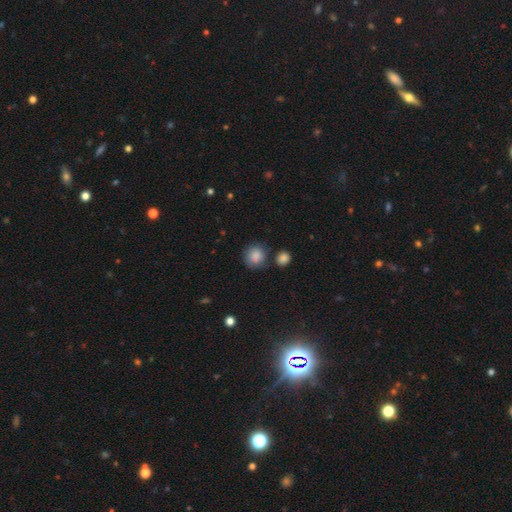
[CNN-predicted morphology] smooth_or_featured: smooth (p=0.85) [alt: star or artifact p=0.09]
how_rounded: round (p=0.84) [alt: in between p=0.15]
merging: none (p=0.72) [alt: minor disturbance p=0.15]